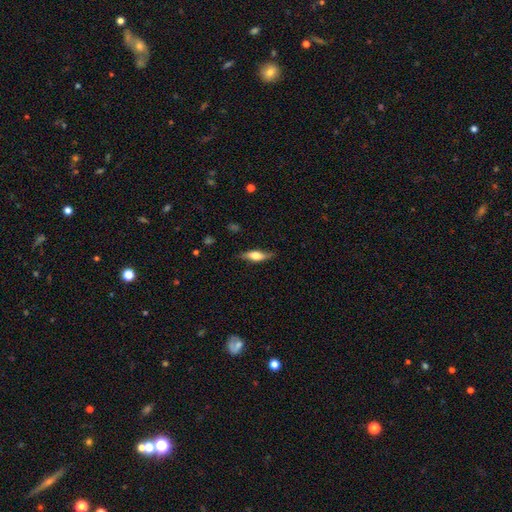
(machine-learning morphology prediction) type=smooth (49%); merging=none (78%).